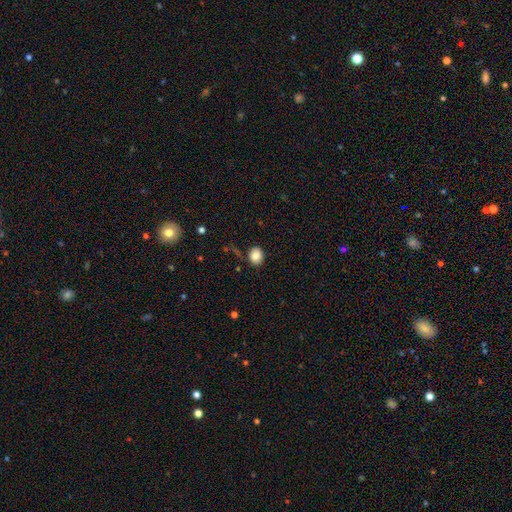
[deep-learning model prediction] Morphology: type=smooth (85%); roundness=round (55%); merging=none (81%).